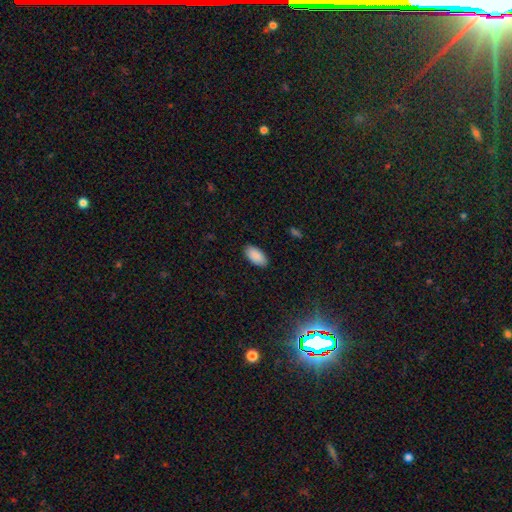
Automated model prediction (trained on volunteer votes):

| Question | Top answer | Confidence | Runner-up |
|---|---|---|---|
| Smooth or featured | smooth | 90% | star or artifact (6%) |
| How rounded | in between | 96% | cigar-shaped (2%) |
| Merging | none | 89% | minor disturbance (8%) |